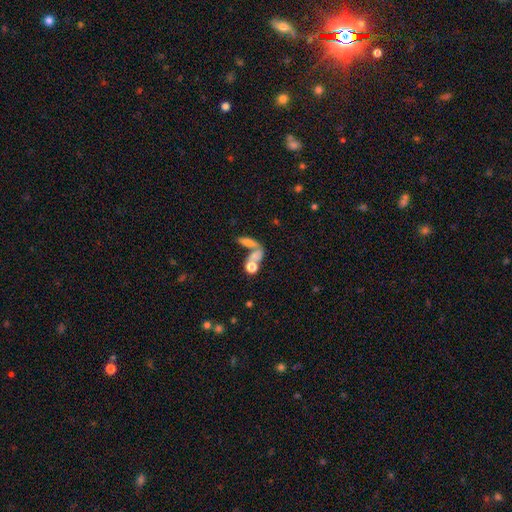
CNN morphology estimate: A smooth galaxy with no disk features (49%).

Vote fractions:
- Smooth or featured? smooth: 49% / featured or disk: 28% / star or artifact: 22%
- Merging? merger: 46% / none: 32% / major disturbance: 12% / minor disturbance: 10%